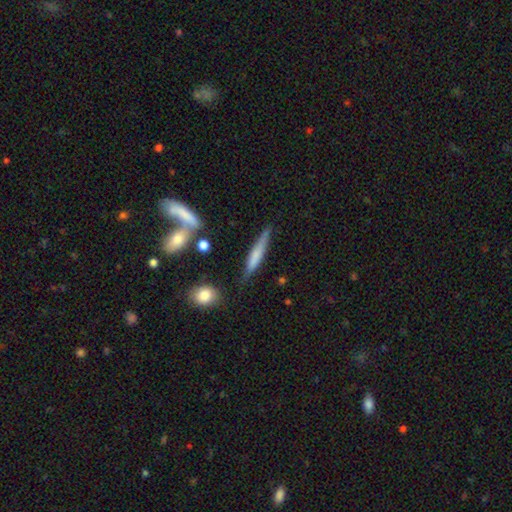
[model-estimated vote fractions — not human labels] The model was most divided on "smooth or featured": smooth: 57%, featured or disk: 37%, star or artifact: 7%. More confident: how rounded — cigar-shaped (89%); merging — none (73%).